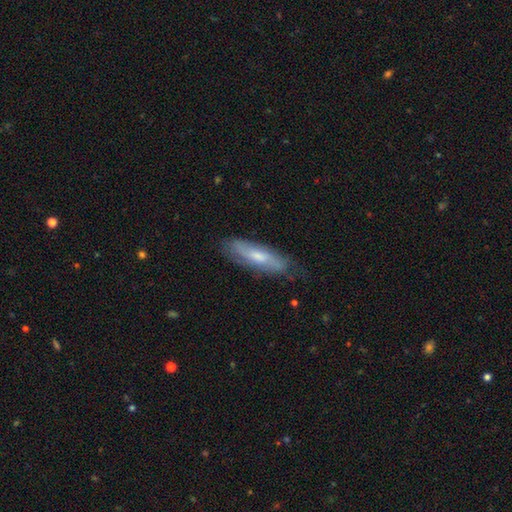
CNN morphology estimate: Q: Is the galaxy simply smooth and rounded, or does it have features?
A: smooth — 47%.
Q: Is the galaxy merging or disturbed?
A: none — 74%.